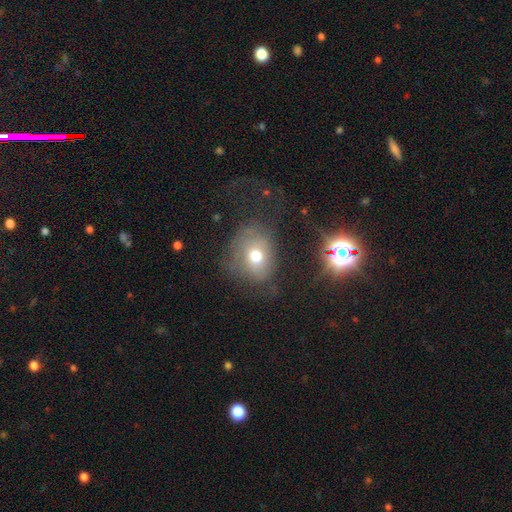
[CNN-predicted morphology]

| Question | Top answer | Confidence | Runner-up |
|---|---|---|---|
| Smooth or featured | smooth | 64% | featured or disk (21%) |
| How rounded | round | 57% | in between (42%) |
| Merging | none | 53% | minor disturbance (23%) |